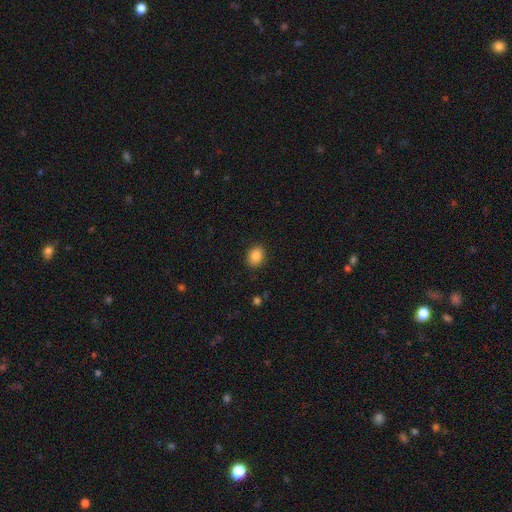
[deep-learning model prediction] This is clearly a smooth galaxy (86%). How rounded: likely in between (61%). Merging: clearly none (89%).